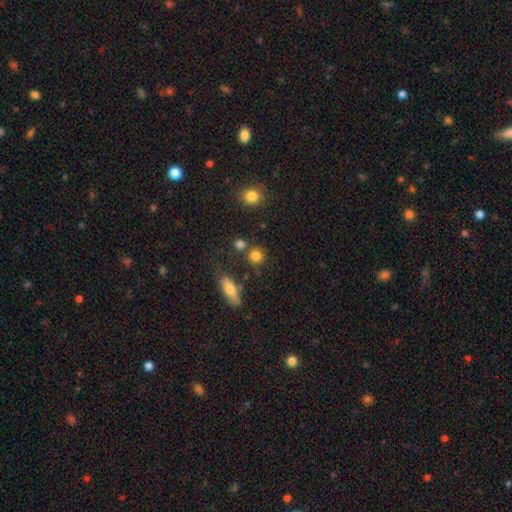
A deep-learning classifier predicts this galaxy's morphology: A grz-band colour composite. It shows a smooth galaxy with no disk features (81%) that is round (87%). Merging: none (72%).